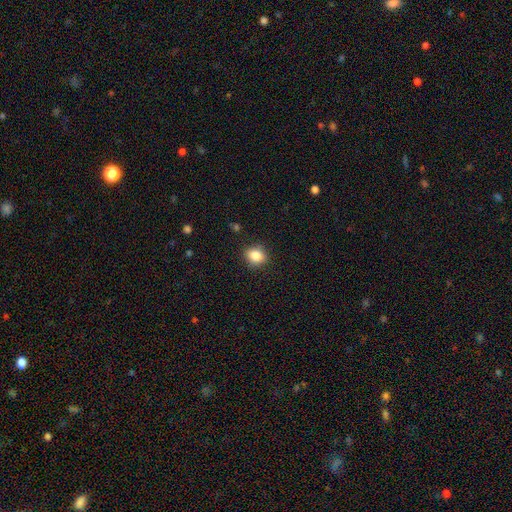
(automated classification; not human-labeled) smooth-or-featured: smooth: 84% | star or artifact: 10% | featured or disk: 6%
  how-rounded: round: 63% | in between: 35% | cigar-shaped: 1%
  merging: none: 87% | minor disturbance: 9% | major disturbance: 2% | merger: 1%